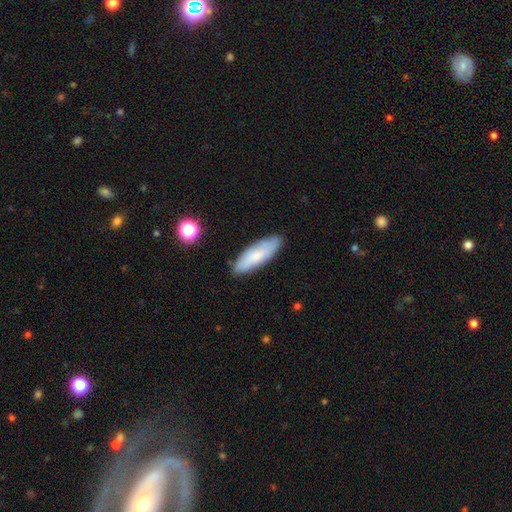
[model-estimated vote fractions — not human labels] Morphology: type=smooth (74%); roundness=in between (53%); merging=none (84%).